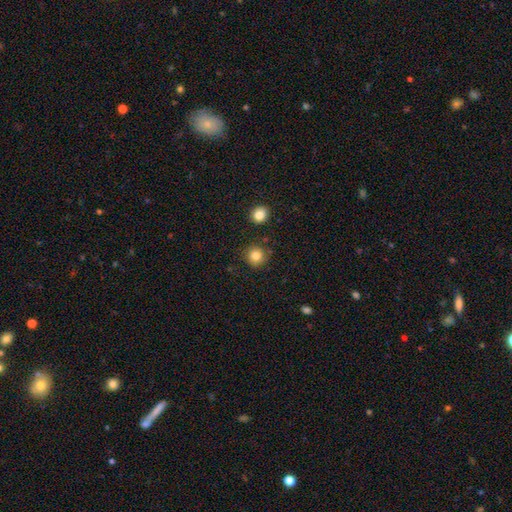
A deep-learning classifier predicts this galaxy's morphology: smooth_or_featured: smooth (p=0.84) [alt: star or artifact p=0.11]
how_rounded: round (p=0.91) [alt: in between p=0.08]
merging: none (p=0.84) [alt: minor disturbance p=0.09]